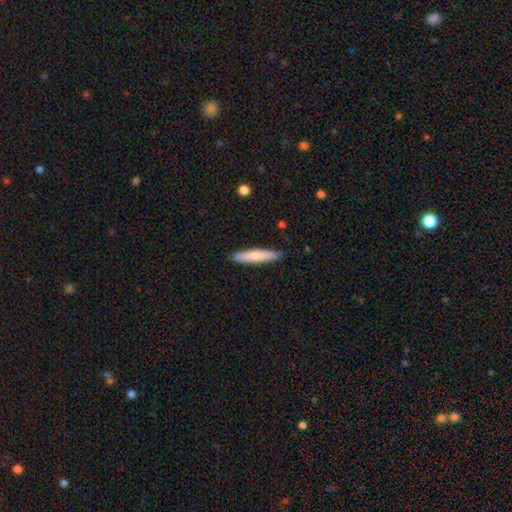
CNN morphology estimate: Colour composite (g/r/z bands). It shows a smooth galaxy with no disk features (71%) that is cigar-shaped (91%). Merging: none (90%).